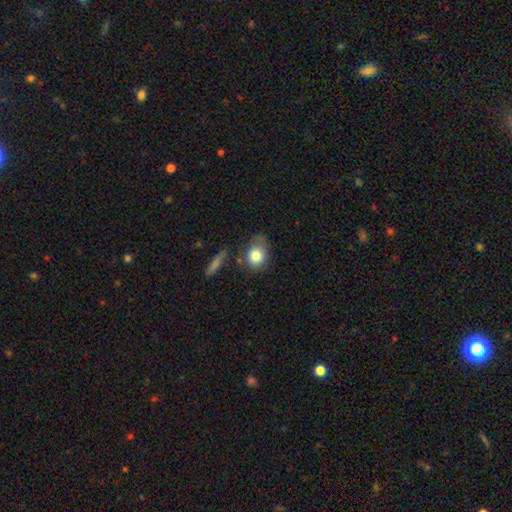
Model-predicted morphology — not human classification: smooth 80%, featured or disk 12%, star or artifact 8%. Down the decision tree: how rounded — in between (50%); merging — none (55%).